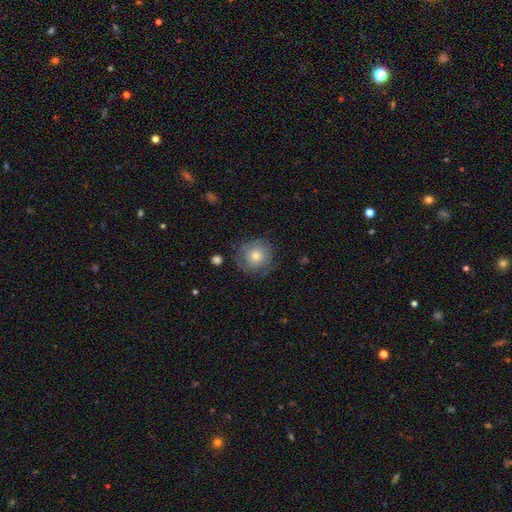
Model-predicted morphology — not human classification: Smooth or featured? smooth (60%)
How rounded? round (90%)
Merging? none (73%)